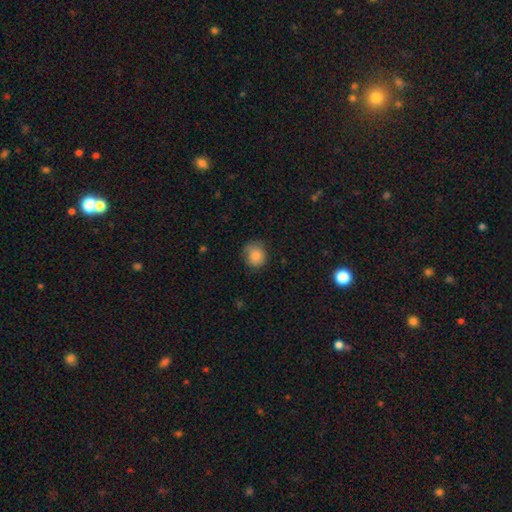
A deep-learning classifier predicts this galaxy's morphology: Smooth or featured: smooth — 85% (star or artifact — 8%)
How rounded: round — 84% (in between — 15%)
Merging: none — 72% (minor disturbance — 22%)